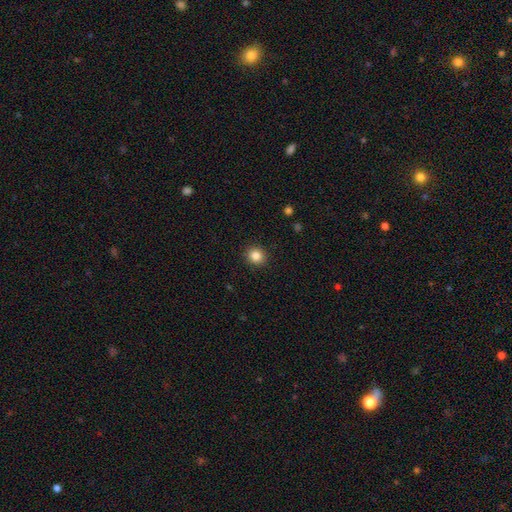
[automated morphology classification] Smooth or featured? smooth (85%)
How rounded? round (89%)
Merging? none (92%)